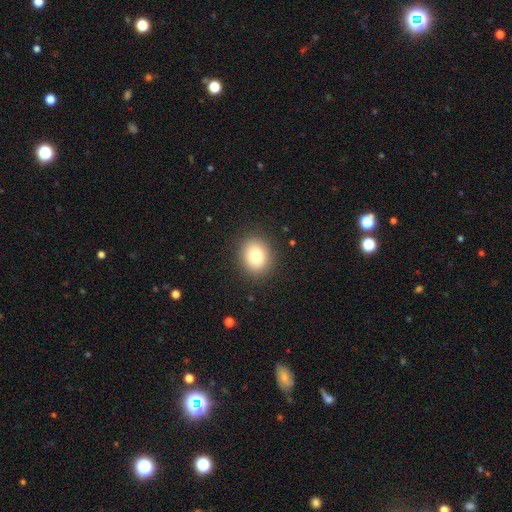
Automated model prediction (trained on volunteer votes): The model was most divided on "how rounded": round: 67%, in between: 32%, cigar-shaped: 1%. More confident: merging — none (88%); smooth or featured — smooth (78%).